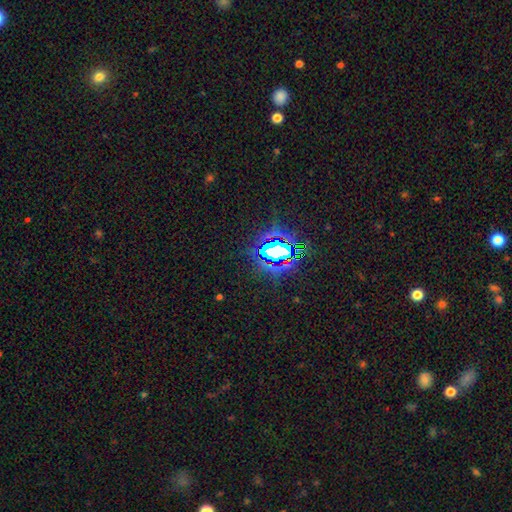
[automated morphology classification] This is clearly a star or artifact rather than a galaxy (80%).